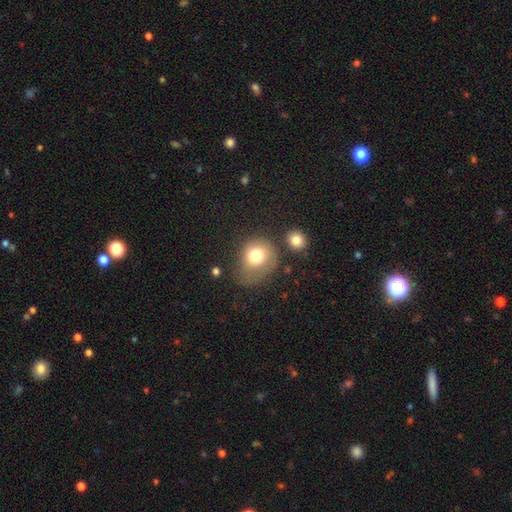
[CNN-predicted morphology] This appears to be a smooth galaxy with no disk features (75%) that is round (72%). Merging: none (36%).